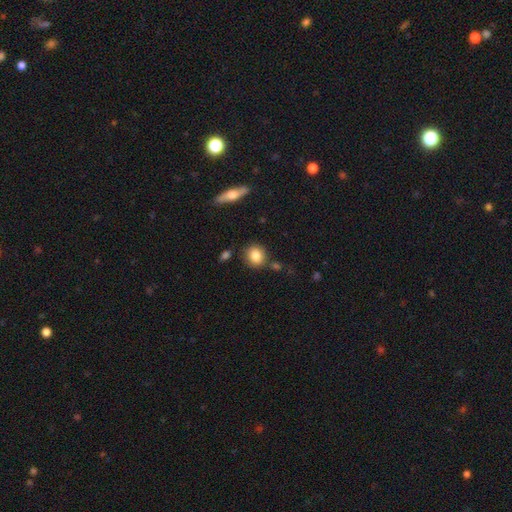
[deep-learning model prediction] A smooth galaxy with no disk features (83%) that is round (76%).

Vote fractions:
- Smooth or featured? smooth: 83% / star or artifact: 9% / featured or disk: 8%
- How rounded? round: 76% / in between: 22% / cigar-shaped: 2%
- Merging? none: 80% / minor disturbance: 11% / merger: 6% / major disturbance: 3%